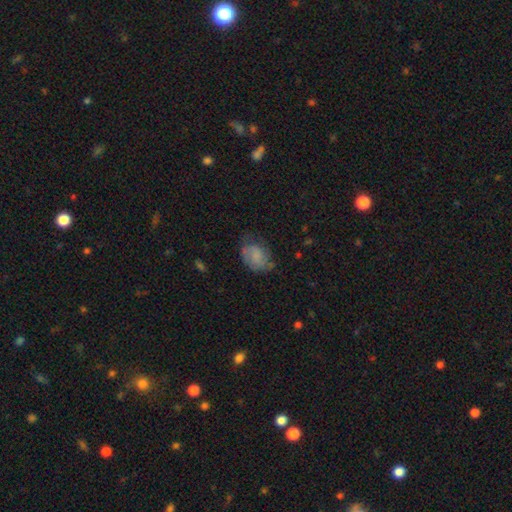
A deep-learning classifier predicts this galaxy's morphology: Smooth or featured? Predicted: smooth (p=0.60). How rounded? Predicted: in between (p=0.71). Merging? Predicted: none (p=0.53).